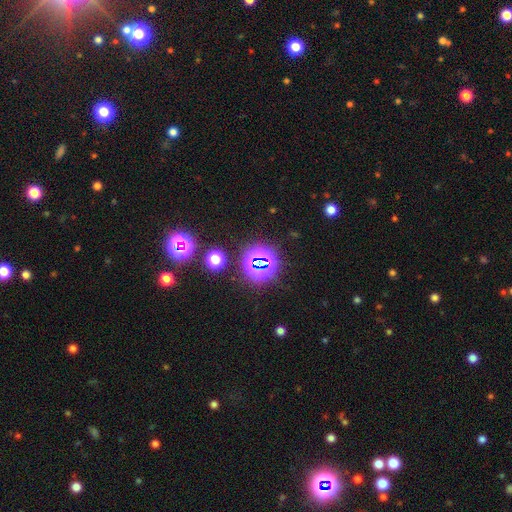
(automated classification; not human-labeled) A star or artifact, not a galaxy (74%).